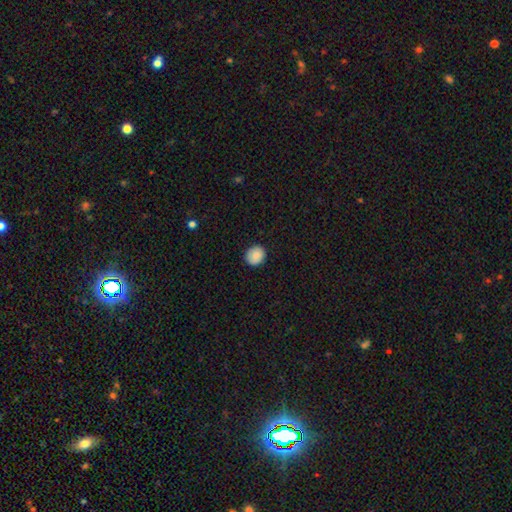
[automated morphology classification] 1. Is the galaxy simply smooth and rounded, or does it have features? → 88% smooth, 8% star or artifact, 4% featured or disk.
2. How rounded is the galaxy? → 81% round, 18% in between, 1% cigar-shaped.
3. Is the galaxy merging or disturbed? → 89% none, 9% minor disturbance, 2% major disturbance, 1% merger.